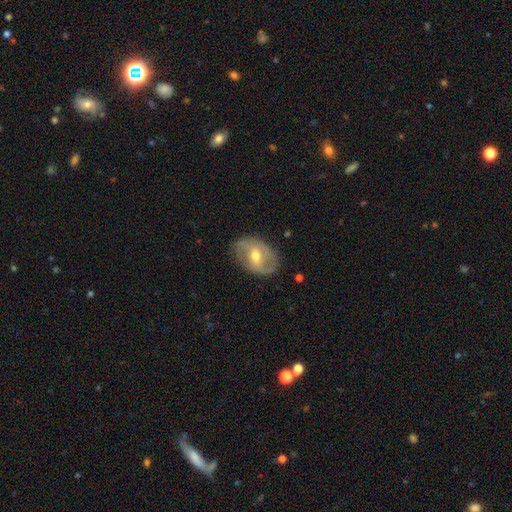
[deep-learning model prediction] Overall: featured or disk (72%). Edge-on disk: no (95%). Bar: weak (45%; no 32%). Spiral arms: yes (75%). Spiral arm count: 2 (75%). Spiral winding: medium (42%; tight 32%). Bulge size: moderate (68%). Merging: none (75%).